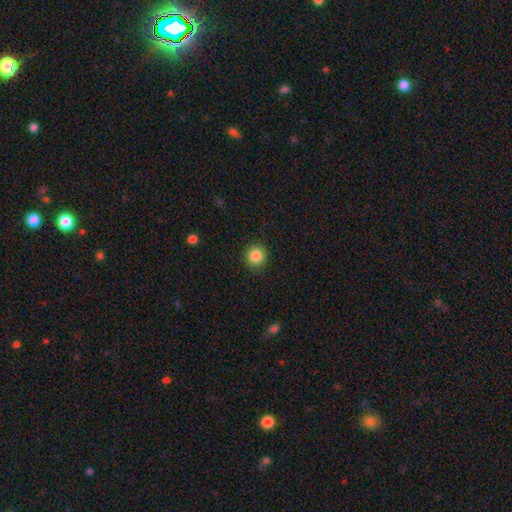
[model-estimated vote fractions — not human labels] A smooth galaxy with no disk features (86%) that is round (93%).

Vote fractions:
- Smooth or featured? smooth: 86% / star or artifact: 10% / featured or disk: 4%
- How rounded? round: 93% / in between: 6% / cigar-shaped: 1%
- Merging? none: 91% / minor disturbance: 6% / major disturbance: 2% / merger: 1%